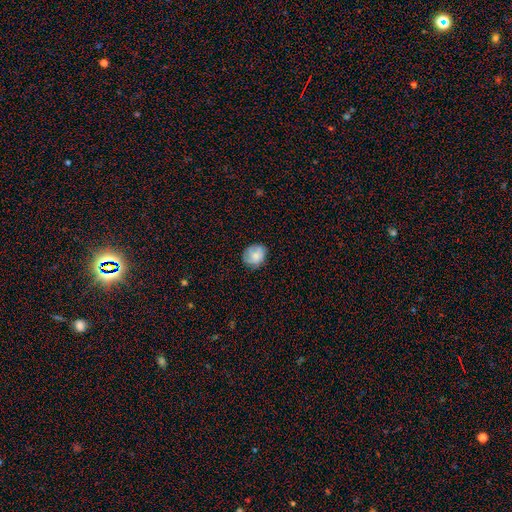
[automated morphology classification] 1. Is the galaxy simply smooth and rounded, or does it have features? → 63% smooth, 28% featured or disk, 9% star or artifact.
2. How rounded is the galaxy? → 69% round, 30% in between, 1% cigar-shaped.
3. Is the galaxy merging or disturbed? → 74% none, 20% minor disturbance, 5% major disturbance, 1% merger.